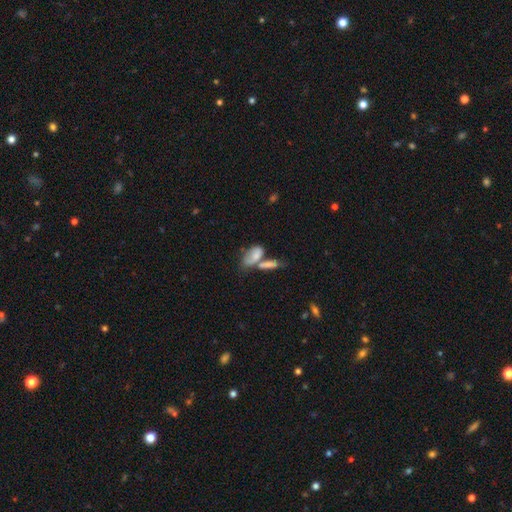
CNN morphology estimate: Q: Smooth or featured?
A: smooth (68%); runner-up: featured or disk (22%)
Q: How rounded?
A: in between (78%); runner-up: cigar-shaped (17%)
Q: Merging?
A: merger (52%); runner-up: none (27%)